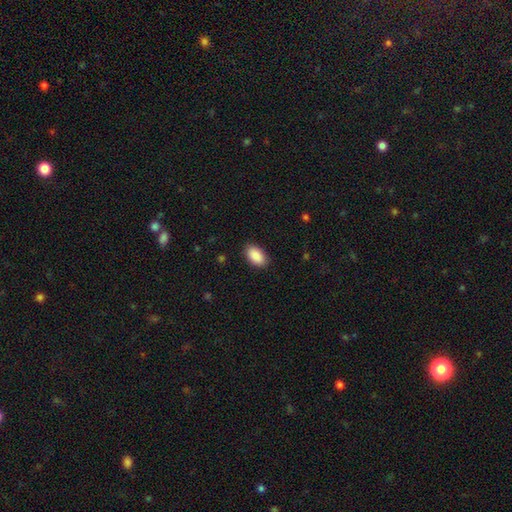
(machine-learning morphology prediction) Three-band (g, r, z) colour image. It shows a smooth galaxy with no disk features (91%) that is in between round and cigar-shaped (94%). Merging: none (88%).